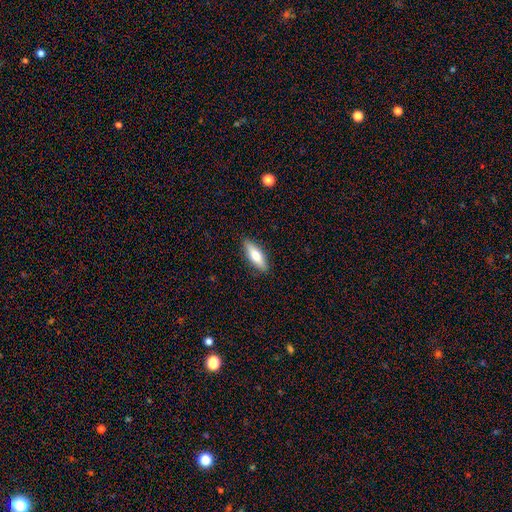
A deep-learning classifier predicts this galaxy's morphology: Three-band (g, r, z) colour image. It shows a smooth galaxy with no disk features (67%) that is in between round and cigar-shaped (51%). Merging: none (89%).